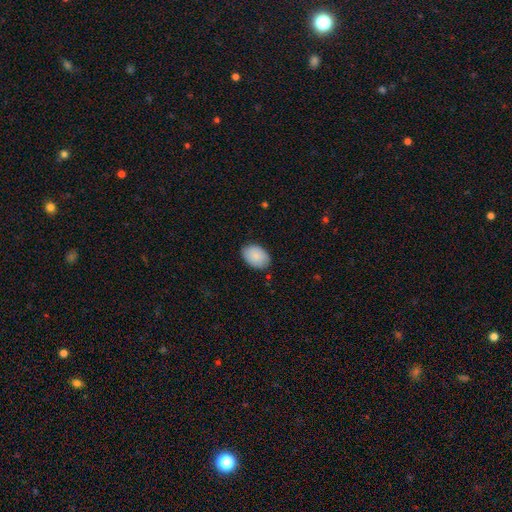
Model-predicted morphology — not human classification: A smooth galaxy with no disk features (85%) that is in between round and cigar-shaped (85%).

Vote fractions:
- Smooth or featured? smooth: 85% / featured or disk: 9% / star or artifact: 7%
- How rounded? in between: 85% / round: 14% / cigar-shaped: 1%
- Merging? none: 82% / minor disturbance: 14% / major disturbance: 2% / merger: 1%